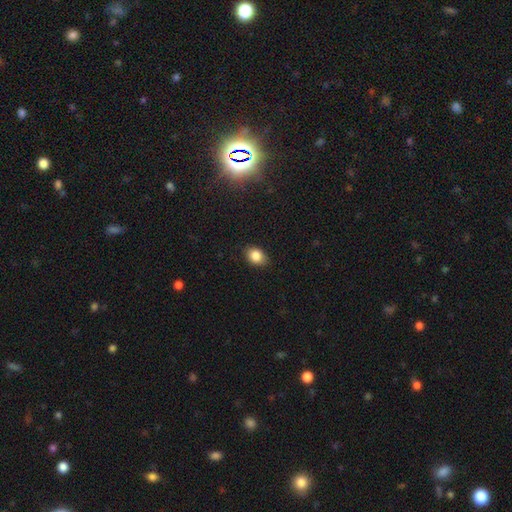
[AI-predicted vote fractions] This is clearly a smooth galaxy (85%). How rounded: likely in between (67%). Merging: clearly none (86%).